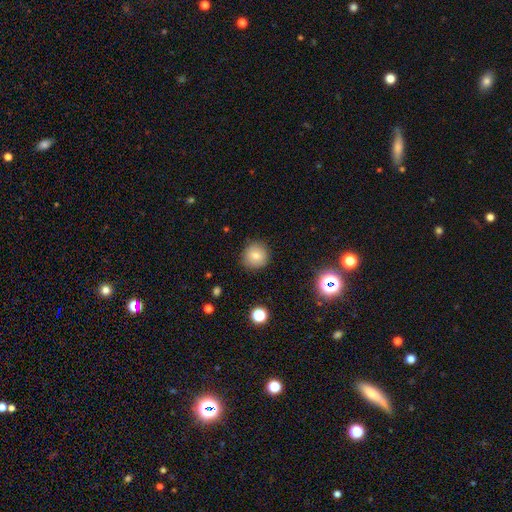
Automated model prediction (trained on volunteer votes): Q: Smooth or featured?
A: smooth (78%); runner-up: star or artifact (11%)
Q: How rounded?
A: round (91%); runner-up: in between (8%)
Q: Merging?
A: none (87%); runner-up: minor disturbance (9%)